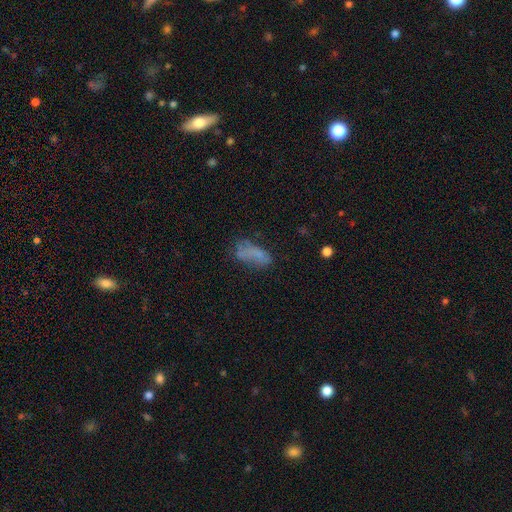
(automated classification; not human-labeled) smooth 59%, featured or disk 27%, star or artifact 15%. Down the decision tree: how rounded — in between (82%); merging — none (47%).